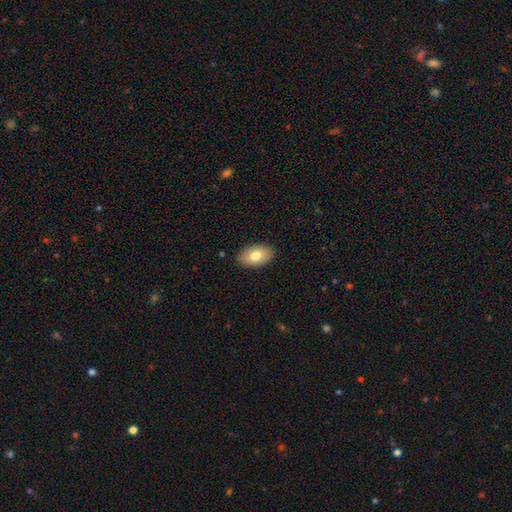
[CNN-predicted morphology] This appears to be a smooth galaxy with no disk features (77%) that is in between round and cigar-shaped (93%). Merging: none (88%).